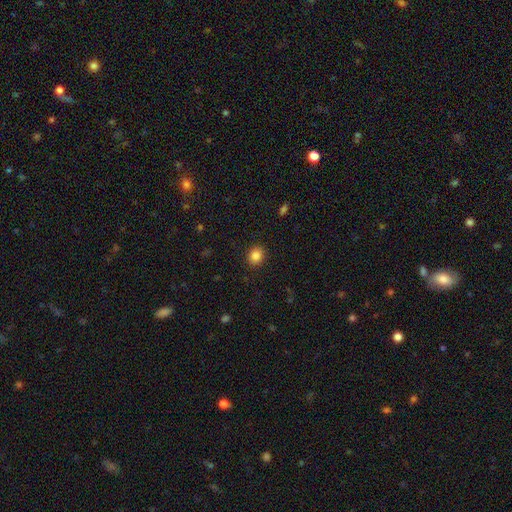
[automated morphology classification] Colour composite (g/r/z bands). It shows a smooth galaxy with no disk features (85%) that is round (76%). Merging: none (91%).